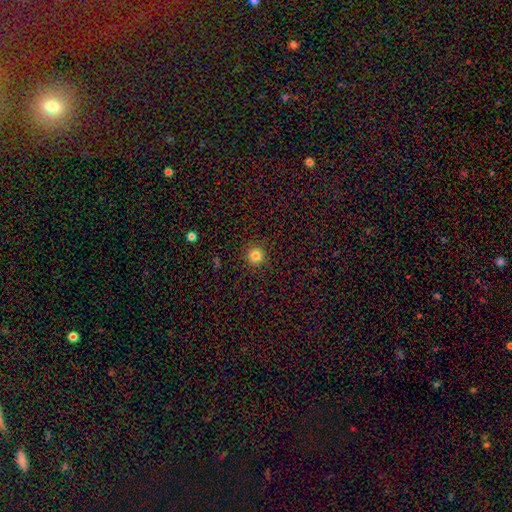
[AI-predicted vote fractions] This is clearly a smooth galaxy (82%). How rounded: clearly round (95%). Merging: clearly none (92%).